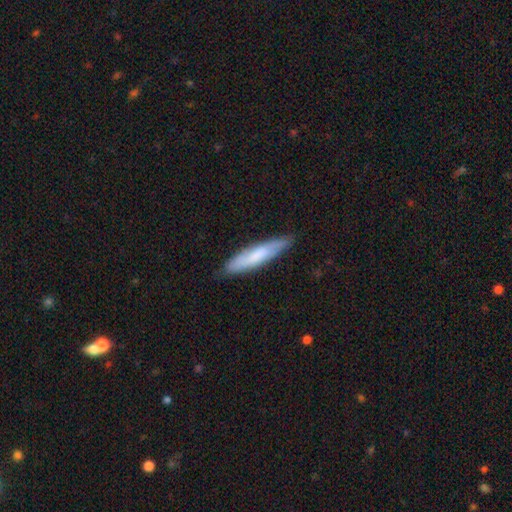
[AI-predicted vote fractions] smooth 71%, featured or disk 23%, star or artifact 5%. Down the decision tree: how rounded — cigar-shaped (84%); merging — none (84%).